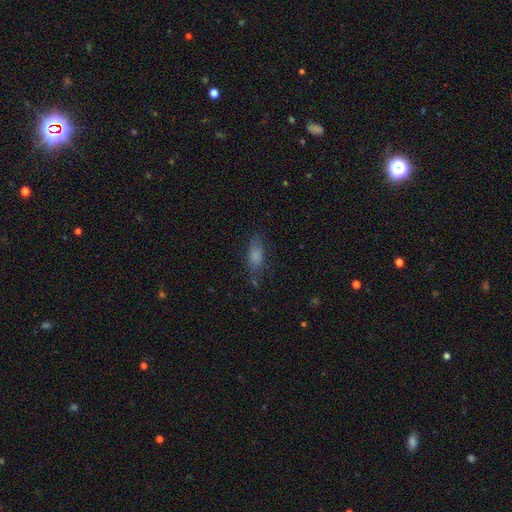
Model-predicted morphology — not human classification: Smooth or featured? smooth (78%)
How rounded? in between (78%)
Merging? none (65%)